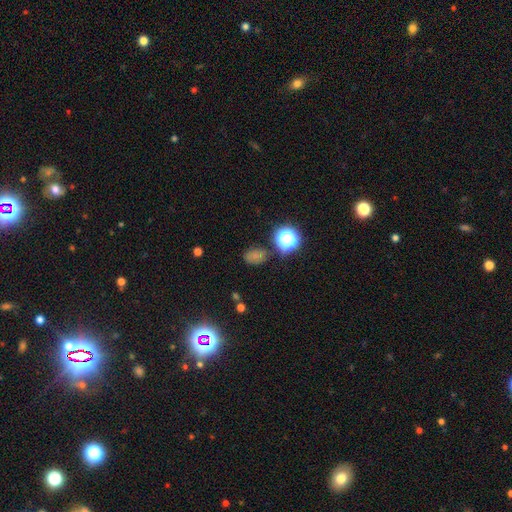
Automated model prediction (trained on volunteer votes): Overall: smooth (67%). How rounded: in between (66%; round 32%). Merging: none (72%).